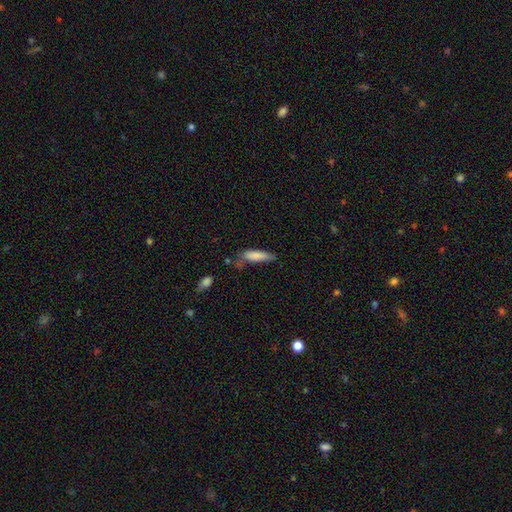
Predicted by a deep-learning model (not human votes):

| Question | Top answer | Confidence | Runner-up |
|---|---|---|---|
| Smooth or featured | smooth | 82% | featured or disk (12%) |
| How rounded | cigar-shaped | 62% | in between (36%) |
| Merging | none | 47% | minor disturbance (31%) |